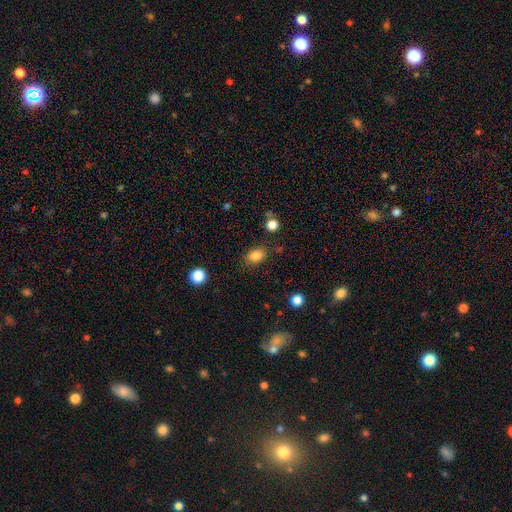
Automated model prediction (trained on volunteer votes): The model was most divided on "how rounded": in between: 68%, round: 31%, cigar-shaped: 1%. More confident: smooth or featured — smooth (84%); merging — none (80%).